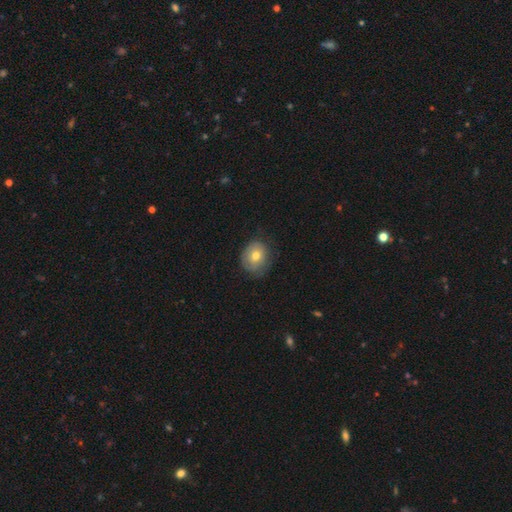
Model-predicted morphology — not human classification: type=smooth (70%); roundness=round (69%); merging=none (68%).